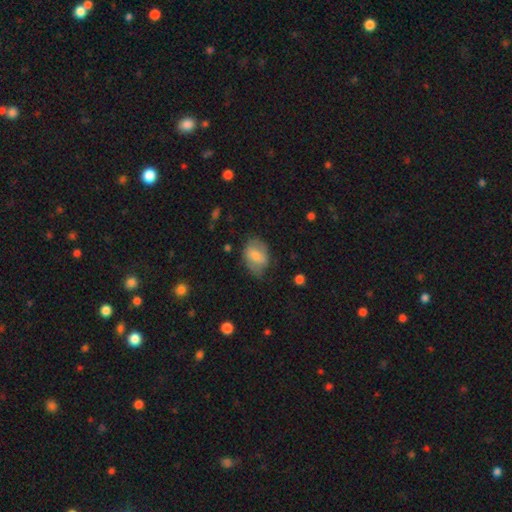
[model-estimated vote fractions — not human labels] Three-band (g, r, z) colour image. It shows a smooth galaxy with no disk features (62%) that is in between round and cigar-shaped (73%). Merging: none (62%).